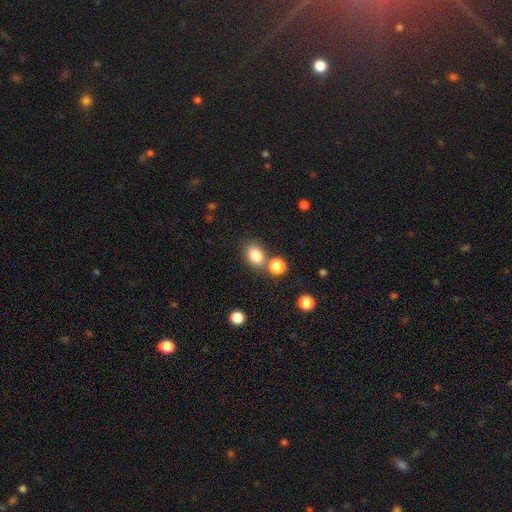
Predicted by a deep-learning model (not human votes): The model was most divided on "how rounded": in between: 64%, round: 35%, cigar-shaped: 1%. More confident: smooth or featured — smooth (82%); merging — none (67%).